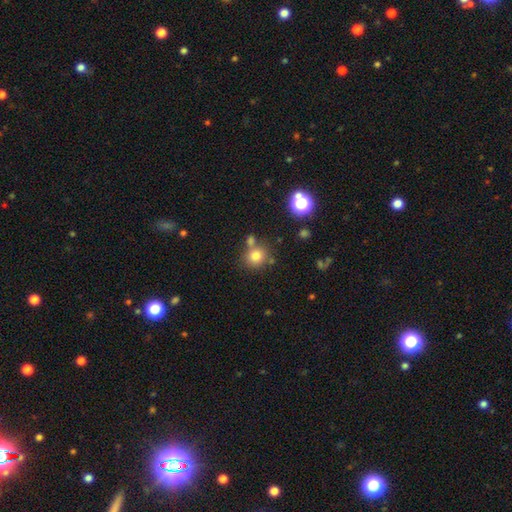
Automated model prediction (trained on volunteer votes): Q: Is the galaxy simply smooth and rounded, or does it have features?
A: smooth — 77%.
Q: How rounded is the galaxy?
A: round — 86%.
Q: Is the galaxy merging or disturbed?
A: none — 66%.